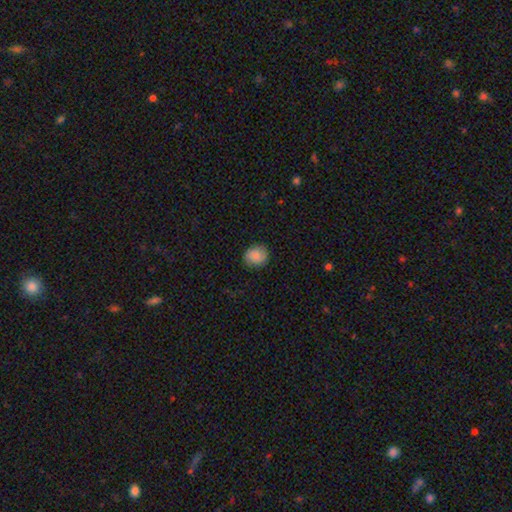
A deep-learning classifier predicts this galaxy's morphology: smooth 85%, star or artifact 8%, featured or disk 7%. Down the decision tree: how rounded — round (75%); merging — none (87%).